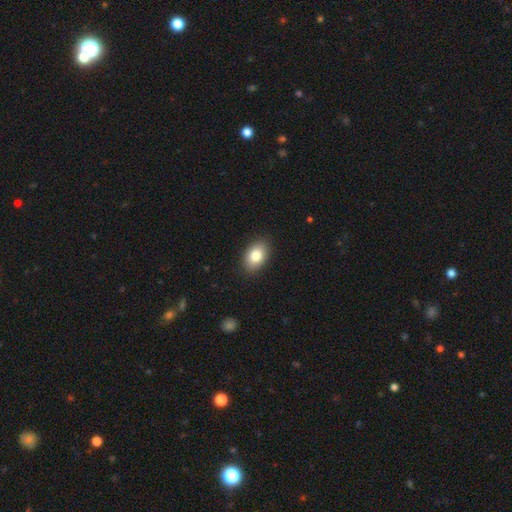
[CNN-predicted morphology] Smooth or featured?
  - smooth: 84% *
  - featured or disk: 9%
  - star or artifact: 7%
How rounded?
  - in between: 88% *
  - round: 11%
  - cigar-shaped: 1%
Merging?
  - none: 88% *
  - minor disturbance: 9%
  - major disturbance: 2%
  - merger: 1%